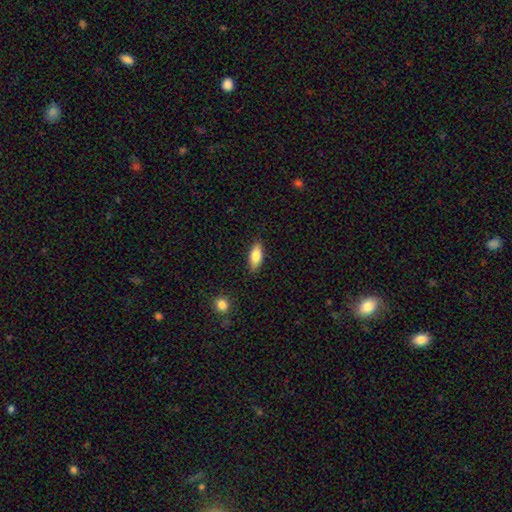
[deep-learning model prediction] smooth_or_featured: smooth (p=0.79) [alt: featured or disk p=0.14]
how_rounded: in between (p=0.80) [alt: cigar-shaped p=0.18]
merging: none (p=0.86) [alt: minor disturbance p=0.10]